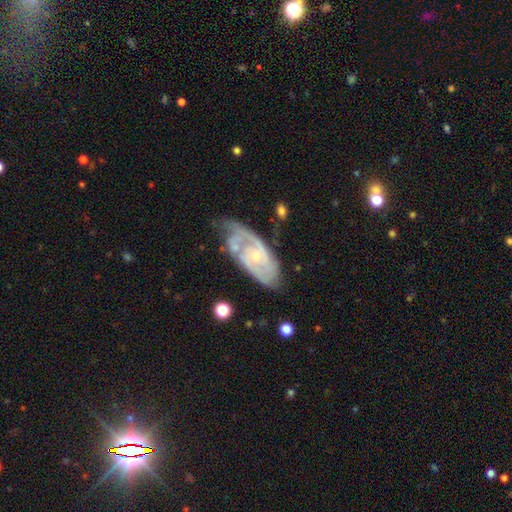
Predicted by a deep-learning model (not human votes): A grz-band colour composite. It shows a featured or disk galaxy (83%) with no bar (63%), 2 (50%) tight (54%) spiral arms (92%) and a small central bulge (73%). Merging: none (51%).